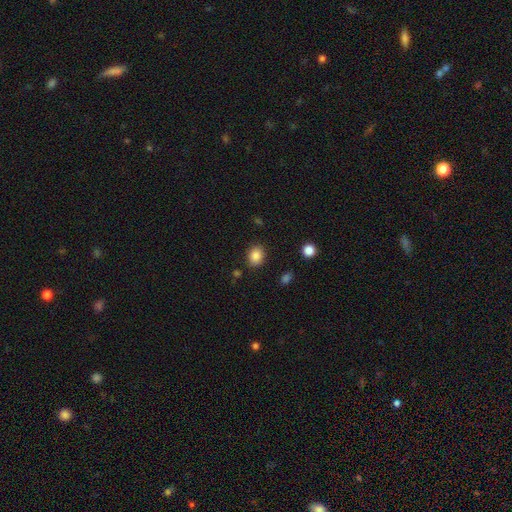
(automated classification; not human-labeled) This is clearly a smooth galaxy (86%). How rounded: possibly round (50%). Merging: clearly none (85%).